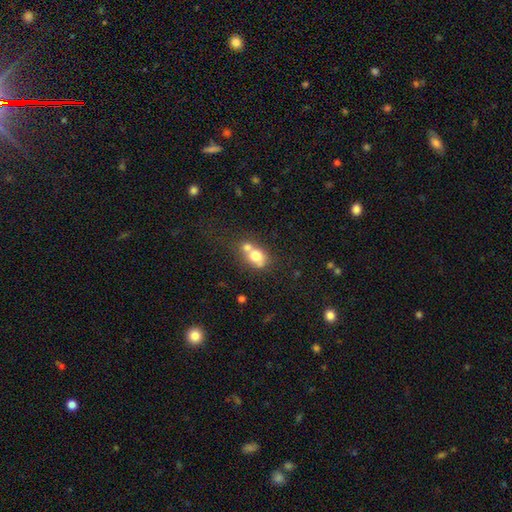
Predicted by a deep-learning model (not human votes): Smooth or featured: smooth — 69% (featured or disk — 20%)
How rounded: round — 56% (in between — 42%)
Merging: merger — 57% (none — 29%)